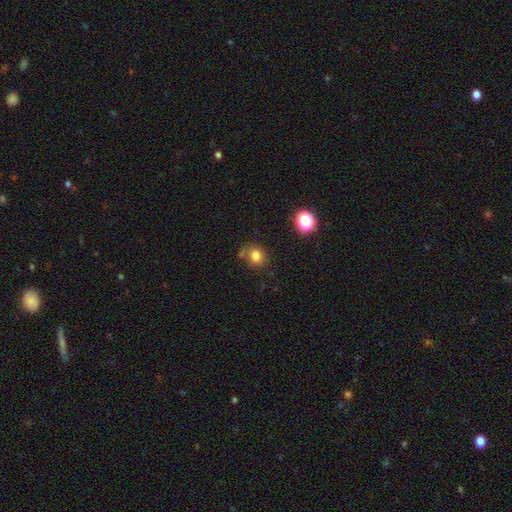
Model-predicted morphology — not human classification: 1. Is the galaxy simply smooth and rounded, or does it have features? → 79% smooth, 14% star or artifact, 8% featured or disk.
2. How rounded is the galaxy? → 71% round, 28% in between, 1% cigar-shaped.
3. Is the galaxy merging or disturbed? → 68% none, 18% minor disturbance, 9% merger, 6% major disturbance.